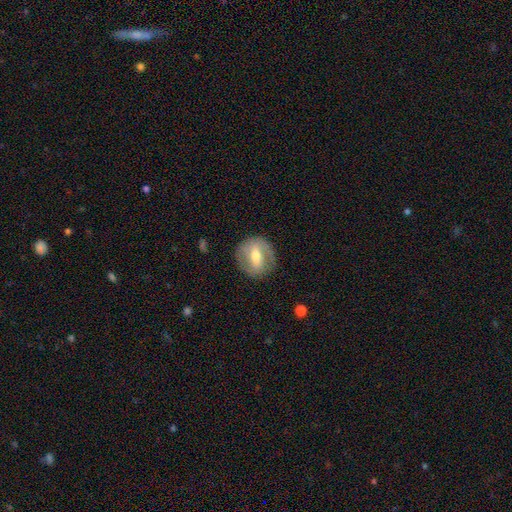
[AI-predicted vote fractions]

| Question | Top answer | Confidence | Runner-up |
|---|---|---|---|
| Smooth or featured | featured or disk | 59% | smooth (34%) |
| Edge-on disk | no | 92% | yes (8%) |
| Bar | strong | 42% | weak (41%) |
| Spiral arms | yes | 57% | no (43%) |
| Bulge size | moderate | 69% | small (23%) |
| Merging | none | 83% | minor disturbance (11%) |